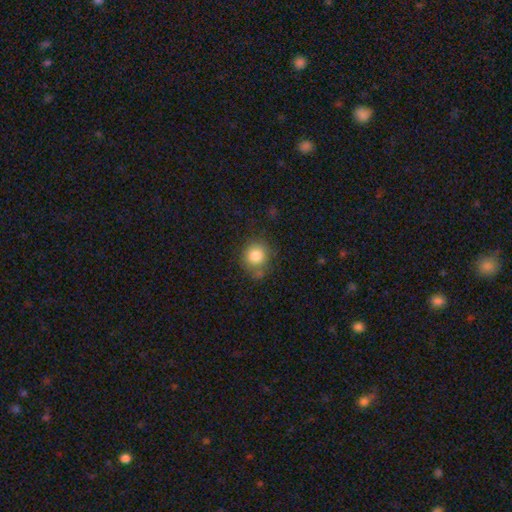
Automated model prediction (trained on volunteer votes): Smooth or featured: smooth — 82% (star or artifact — 10%)
How rounded: round — 81% (in between — 18%)
Merging: none — 70% (minor disturbance — 19%)